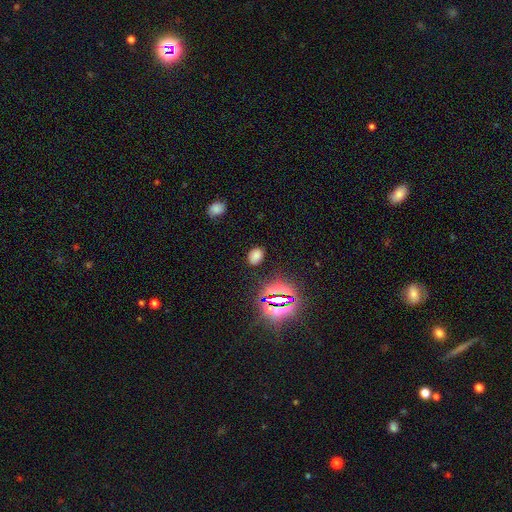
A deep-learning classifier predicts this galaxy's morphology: This appears to be a smooth galaxy with no disk features (68%) that is in between round and cigar-shaped (73%). Merging: none (83%).